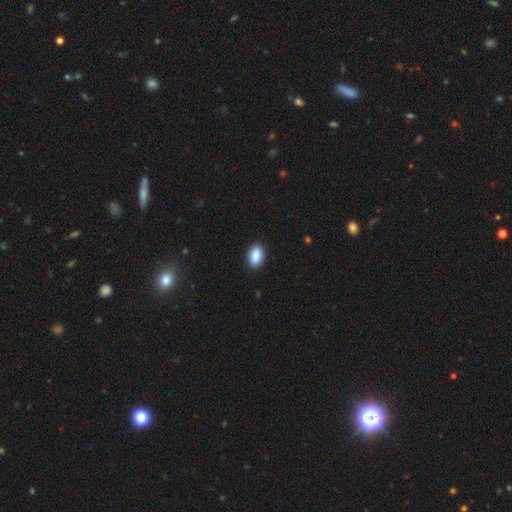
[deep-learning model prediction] Q: Smooth or featured?
A: smooth (90%); runner-up: star or artifact (7%)
Q: How rounded?
A: in between (91%); runner-up: round (8%)
Q: Merging?
A: none (89%); runner-up: minor disturbance (8%)